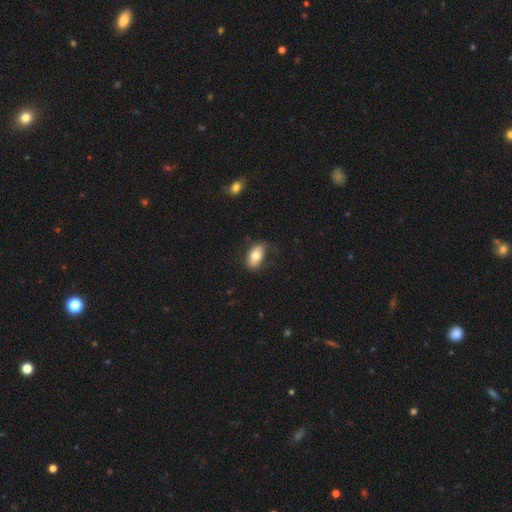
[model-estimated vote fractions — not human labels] Morphology: type=smooth (71%); roundness=in between (91%); merging=none (64%).